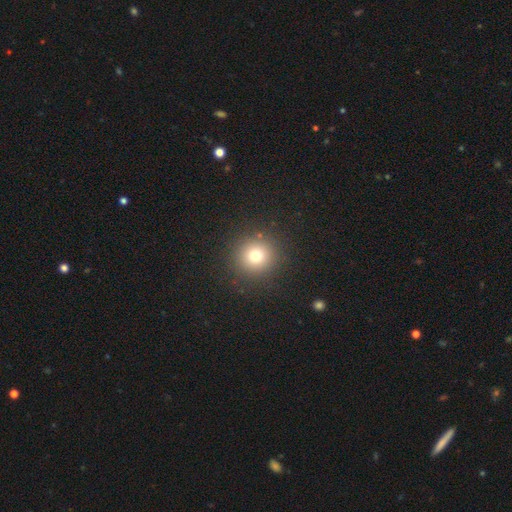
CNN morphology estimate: Smooth or featured? smooth (74%)
How rounded? round (94%)
Merging? none (90%)